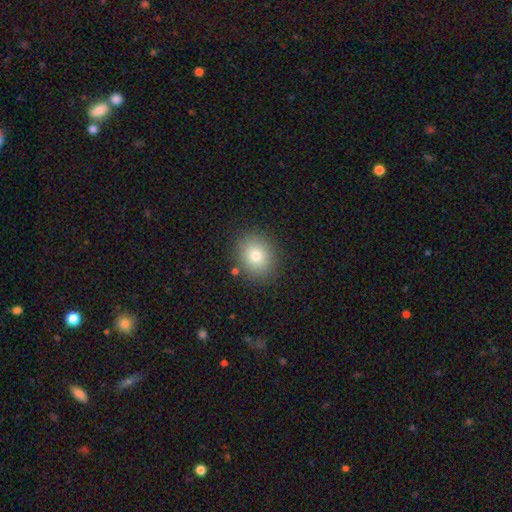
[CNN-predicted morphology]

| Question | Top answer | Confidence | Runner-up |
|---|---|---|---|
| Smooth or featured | smooth | 78% | star or artifact (12%) |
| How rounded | round | 70% | in between (29%) |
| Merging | none | 87% | minor disturbance (8%) |